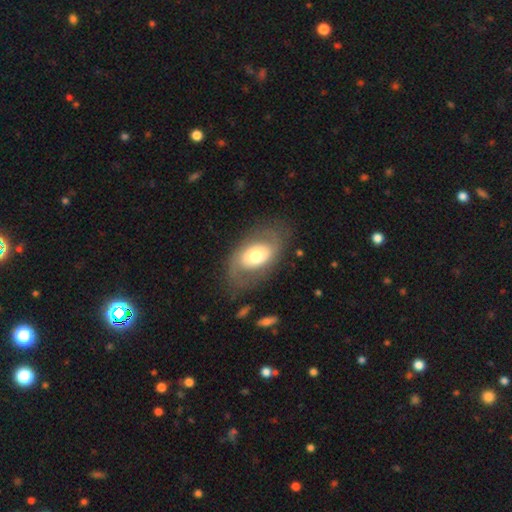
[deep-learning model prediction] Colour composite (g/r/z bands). It shows a featured or disk galaxy (54%) with no bar (73%), spiral arms (54%) and a moderate central bulge (60%). Merging: none (73%).